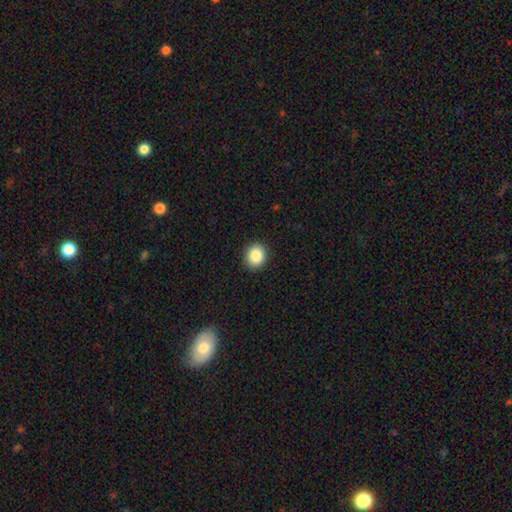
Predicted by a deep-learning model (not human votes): Smooth or featured? Predicted: smooth (p=0.87). How rounded? Predicted: round (p=0.74). Merging? Predicted: none (p=0.91).